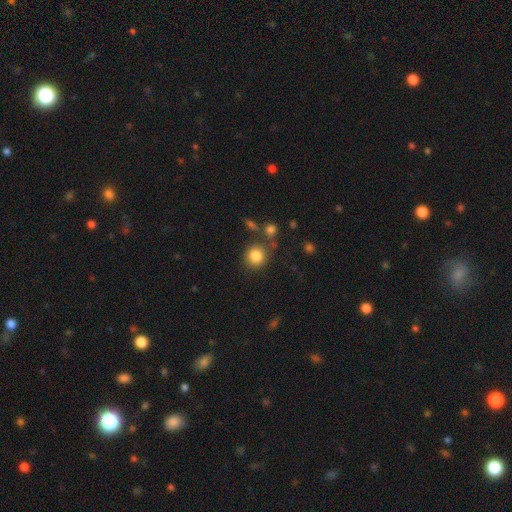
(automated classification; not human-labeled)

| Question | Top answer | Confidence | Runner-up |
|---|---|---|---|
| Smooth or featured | smooth | 84% | star or artifact (10%) |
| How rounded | round | 85% | in between (14%) |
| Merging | none | 76% | minor disturbance (11%) |